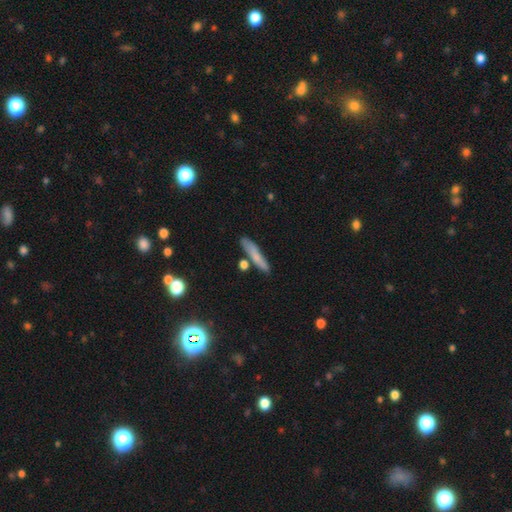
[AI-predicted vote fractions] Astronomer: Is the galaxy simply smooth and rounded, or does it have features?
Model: smooth — 72%.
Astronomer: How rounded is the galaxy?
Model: cigar-shaped — 87%.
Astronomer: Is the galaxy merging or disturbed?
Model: none — 76%.